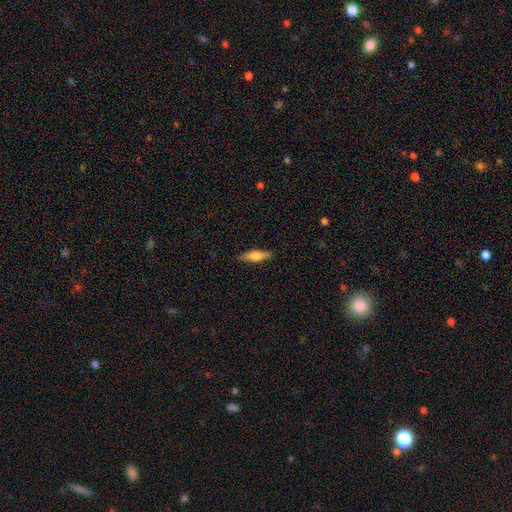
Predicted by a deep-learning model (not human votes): A smooth galaxy with no disk features (52%) that is cigar-shaped (61%).

Vote fractions:
- Smooth or featured? smooth: 52% / featured or disk: 42% / star or artifact: 6%
- How rounded? cigar-shaped: 61% / in between: 36% / round: 3%
- Merging? none: 87% / minor disturbance: 10% / major disturbance: 2% / merger: 1%